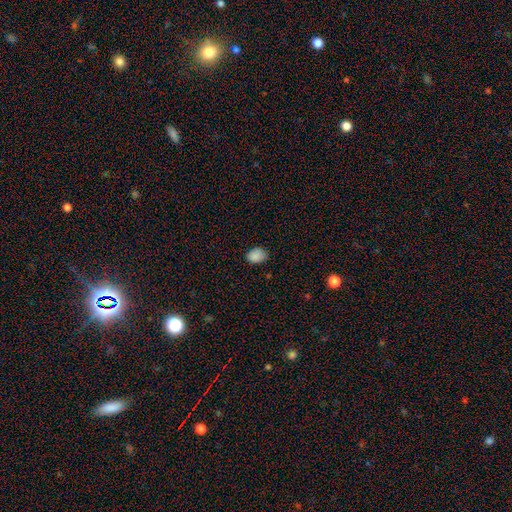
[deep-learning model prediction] A smooth galaxy with no disk features (87%) that is in between round and cigar-shaped (65%).

Vote fractions:
- Smooth or featured? smooth: 87% / star or artifact: 10% / featured or disk: 3%
- How rounded? in between: 65% / round: 34% / cigar-shaped: 1%
- Merging? none: 76% / minor disturbance: 20% / major disturbance: 3% / merger: 1%